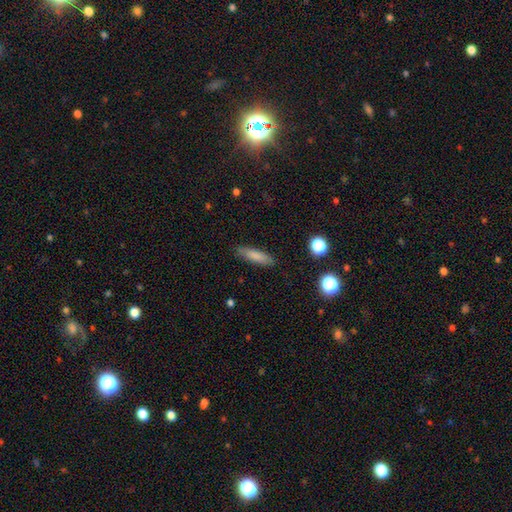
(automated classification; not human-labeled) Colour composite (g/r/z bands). It shows a smooth galaxy with no disk features (81%) that is cigar-shaped (67%). Merging: none (85%).